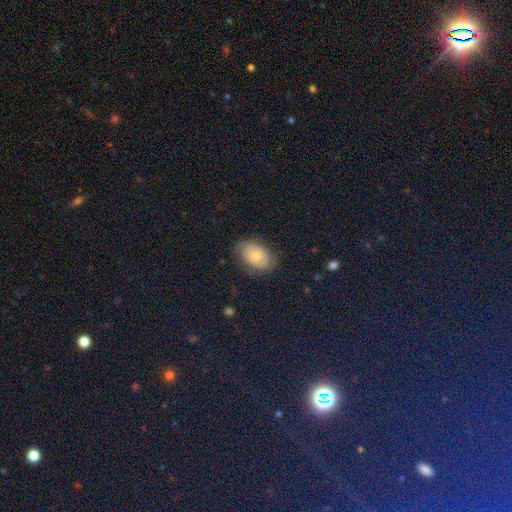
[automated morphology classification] A smooth galaxy with no disk features (67%) that is in between round and cigar-shaped (87%).

Vote fractions:
- Smooth or featured? smooth: 67% / featured or disk: 25% / star or artifact: 8%
- How rounded? in between: 87% / round: 12% / cigar-shaped: 1%
- Merging? none: 75% / minor disturbance: 18% / major disturbance: 5% / merger: 1%